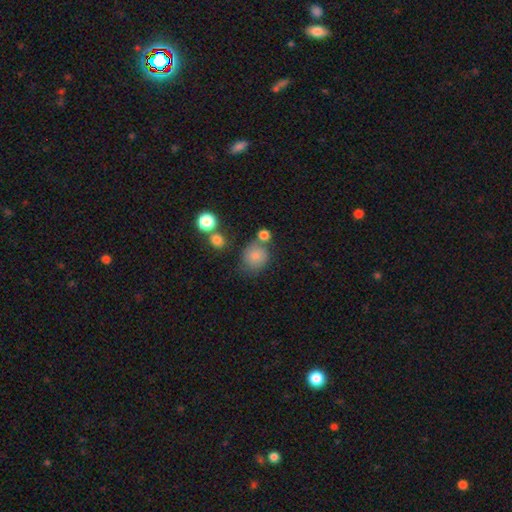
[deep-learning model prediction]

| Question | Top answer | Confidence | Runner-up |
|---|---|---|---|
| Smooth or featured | smooth | 80% | star or artifact (11%) |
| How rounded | round | 78% | in between (21%) |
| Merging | none | 61% | minor disturbance (17%) |